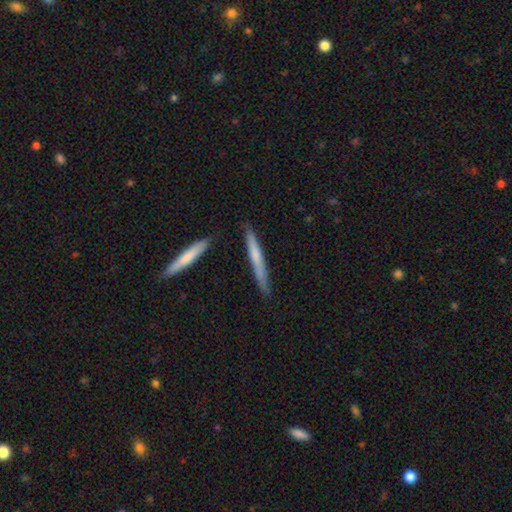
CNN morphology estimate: Smooth or featured? smooth (55%)
How rounded? cigar-shaped (95%)
Merging? none (82%)